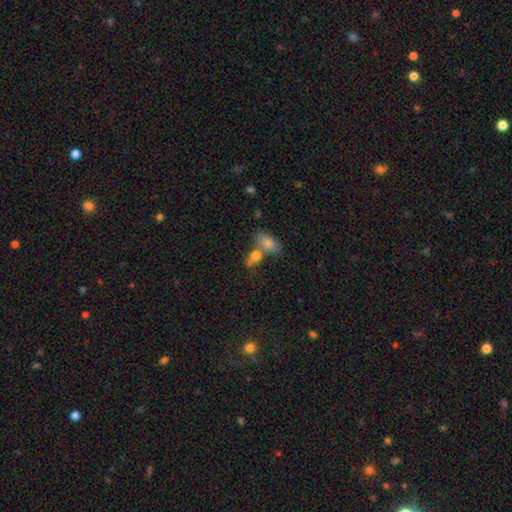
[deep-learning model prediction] Q: Smooth or featured?
A: smooth (78%); runner-up: featured or disk (13%)
Q: How rounded?
A: in between (75%); runner-up: round (21%)
Q: Merging?
A: merger (54%); runner-up: none (31%)